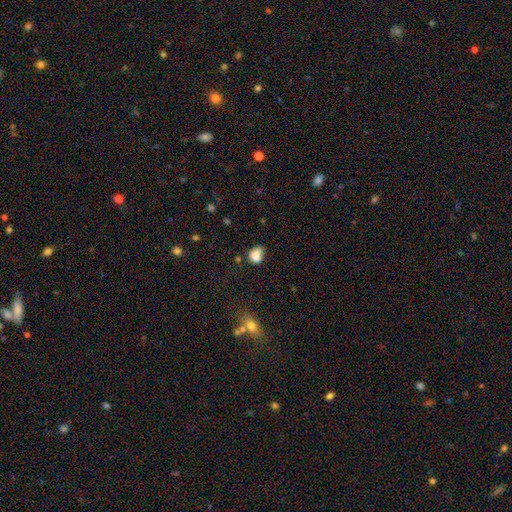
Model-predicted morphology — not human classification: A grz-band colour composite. It shows a smooth galaxy with no disk features (78%) that is in between round and cigar-shaped (57%). Merging: none (40%).